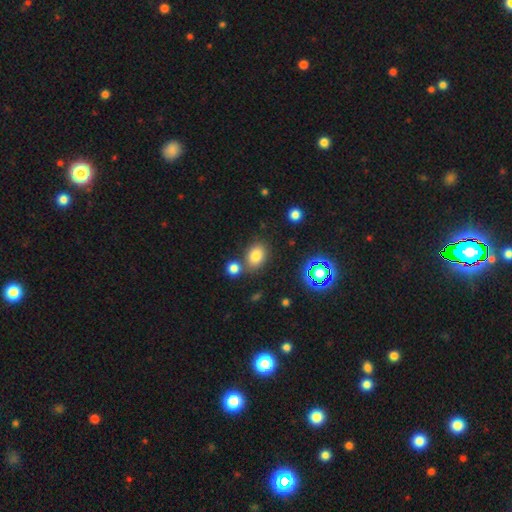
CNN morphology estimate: This is likely a smooth galaxy (77%). How rounded: likely in between (65%). Merging: likely none (68%).